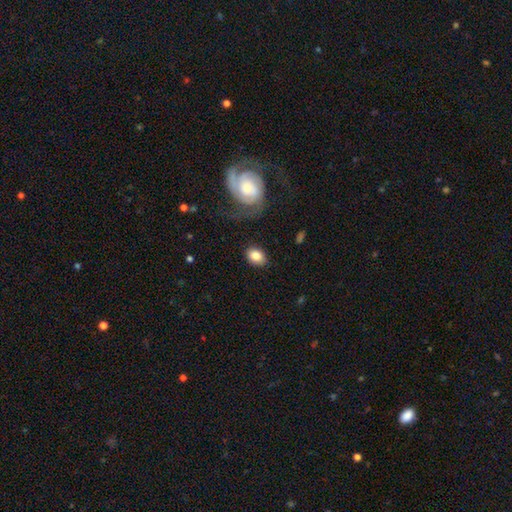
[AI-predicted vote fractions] This is clearly a smooth galaxy (82%). How rounded: likely in between (71%). Merging: clearly none (81%).